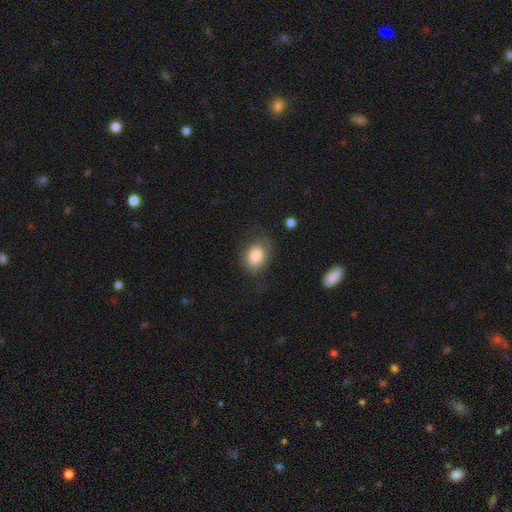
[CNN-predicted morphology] smooth-or-featured: smooth: 82% | featured or disk: 10% | star or artifact: 8%
  how-rounded: in between: 64% | round: 35% | cigar-shaped: 1%
  merging: none: 66% | minor disturbance: 22% | major disturbance: 10% | merger: 2%